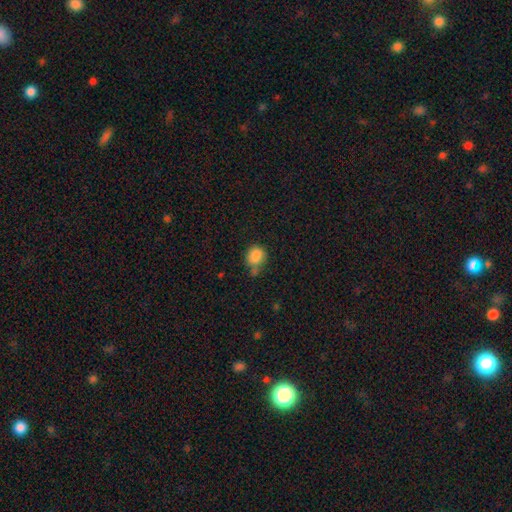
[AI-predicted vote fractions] Morphology: type=smooth (86%); roundness=round (63%); merging=none (53%).